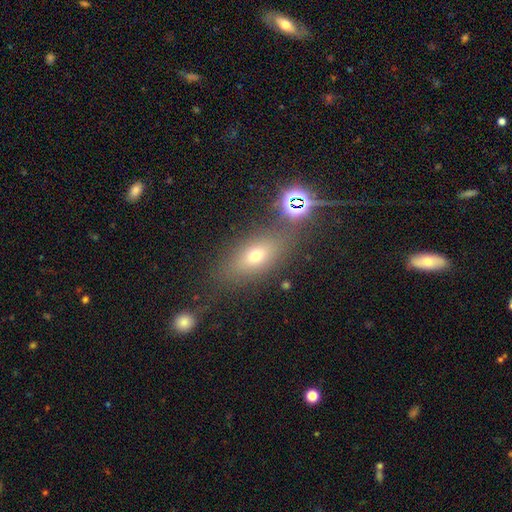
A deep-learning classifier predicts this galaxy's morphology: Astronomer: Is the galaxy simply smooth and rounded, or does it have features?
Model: smooth — 60%.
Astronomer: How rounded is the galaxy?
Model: in between — 72%.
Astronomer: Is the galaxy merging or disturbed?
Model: none — 72%.